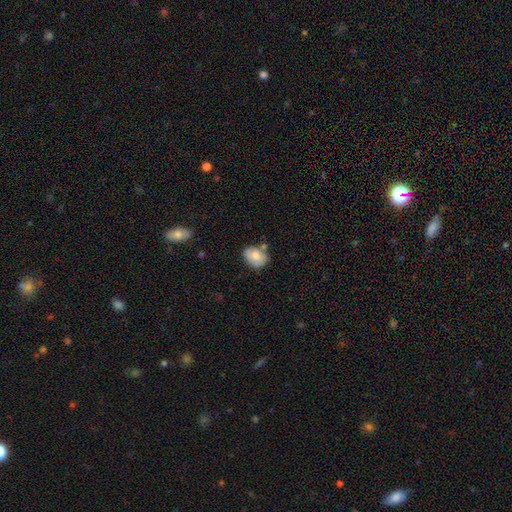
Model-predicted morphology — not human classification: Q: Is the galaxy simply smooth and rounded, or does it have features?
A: smooth — 71%.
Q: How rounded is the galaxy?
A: in between — 61%.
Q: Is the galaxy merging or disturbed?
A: none — 59%.